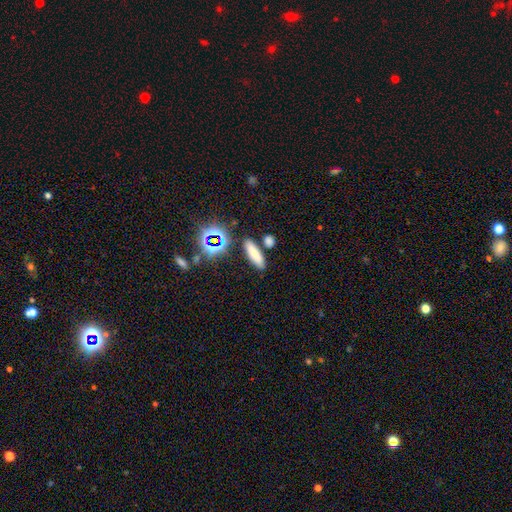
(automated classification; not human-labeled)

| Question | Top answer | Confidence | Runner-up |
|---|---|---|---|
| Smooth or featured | smooth | 73% | star or artifact (17%) |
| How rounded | cigar-shaped | 54% | in between (40%) |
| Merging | none | 81% | minor disturbance (9%) |